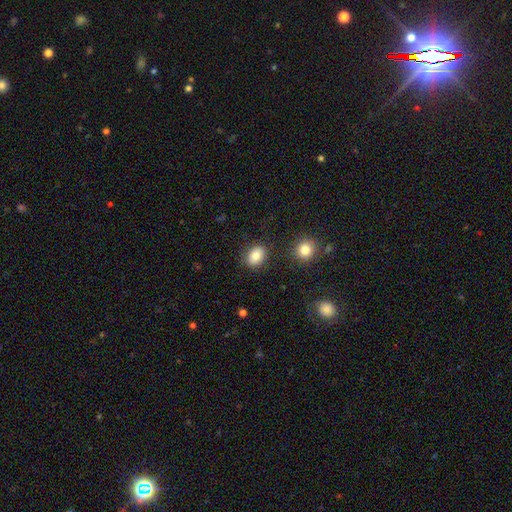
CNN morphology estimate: smooth_or_featured: smooth (p=0.81) [alt: featured or disk p=0.10]
how_rounded: in between (p=0.59) [alt: round p=0.40]
merging: none (p=0.85) [alt: minor disturbance p=0.09]